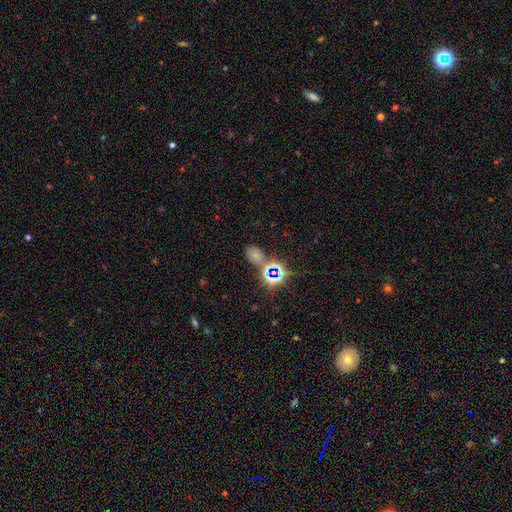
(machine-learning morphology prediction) This is possibly a smooth galaxy (47%). Merging: likely none (68%).